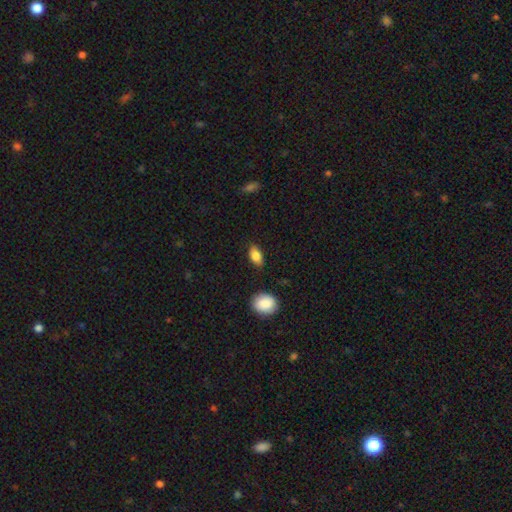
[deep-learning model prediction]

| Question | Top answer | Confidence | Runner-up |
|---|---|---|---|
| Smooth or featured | smooth | 84% | featured or disk (8%) |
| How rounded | in between | 88% | round (8%) |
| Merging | none | 83% | minor disturbance (13%) |